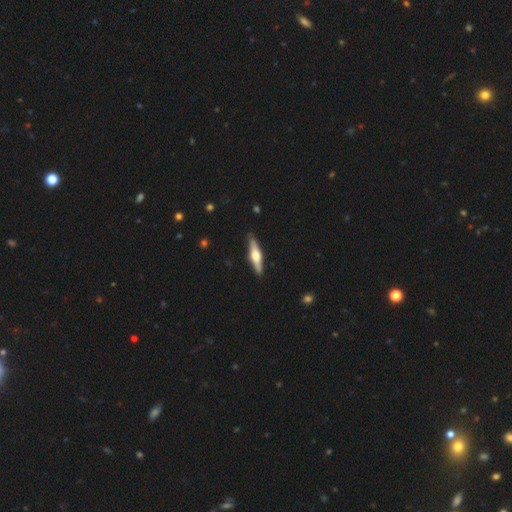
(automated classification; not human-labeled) The model was most divided on "smooth or featured": featured or disk: 62%, smooth: 33%, star or artifact: 5%. More confident: edge-on disk — yes (96%); edge-on bulge — rounded (93%); merging — none (90%).